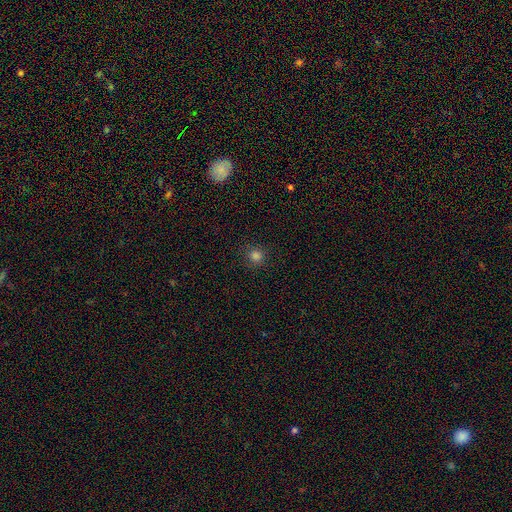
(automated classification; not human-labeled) A smooth galaxy with no disk features (82%) that is round (93%).

Vote fractions:
- Smooth or featured? smooth: 82% / star or artifact: 15% / featured or disk: 4%
- How rounded? round: 93% / in between: 7% / cigar-shaped: 1%
- Merging? none: 89% / minor disturbance: 7% / major disturbance: 3% / merger: 1%